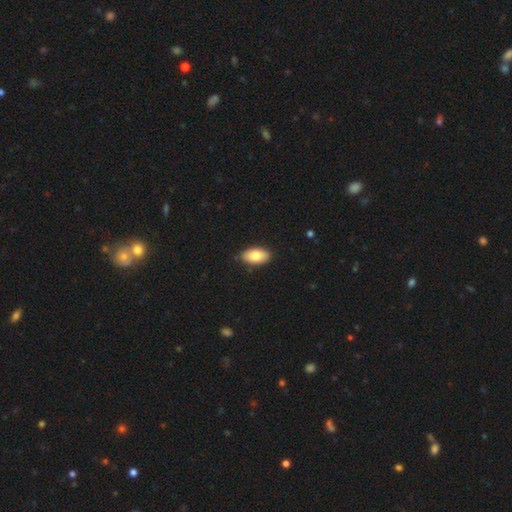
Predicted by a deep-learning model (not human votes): The model was most divided on "smooth or featured": smooth: 81%, featured or disk: 12%, star or artifact: 6%. More confident: how rounded — in between (94%); merging — none (87%).